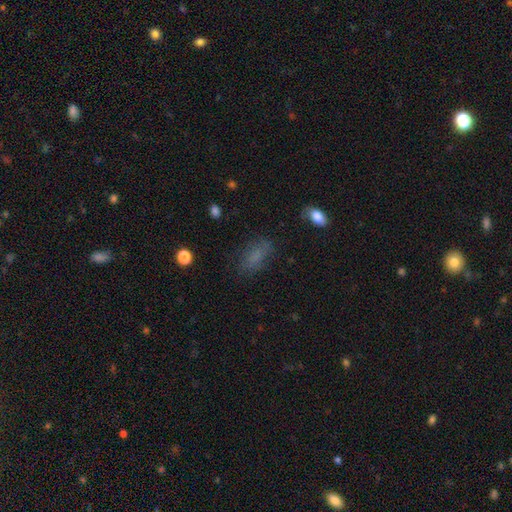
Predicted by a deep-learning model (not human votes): The model was most divided on "merging": none: 70%, minor disturbance: 19%, major disturbance: 9%, merger: 2%. More confident: how rounded — in between (80%); smooth or featured — smooth (73%).